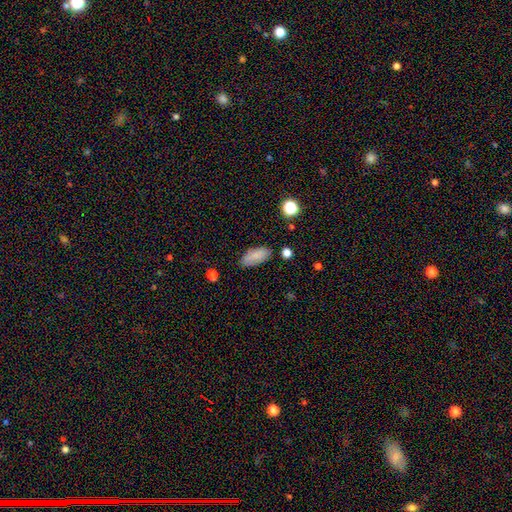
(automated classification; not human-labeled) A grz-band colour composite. It shows a smooth galaxy with no disk features (84%) that is in between round and cigar-shaped (88%). Merging: none (80%).